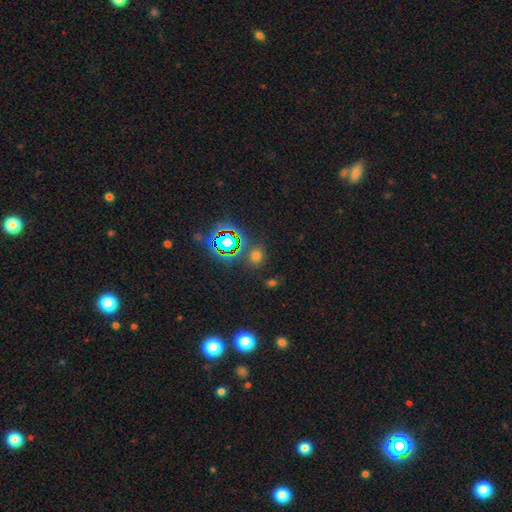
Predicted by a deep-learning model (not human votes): Smooth or featured? smooth (57%)
How rounded? round (74%)
Merging? none (79%)